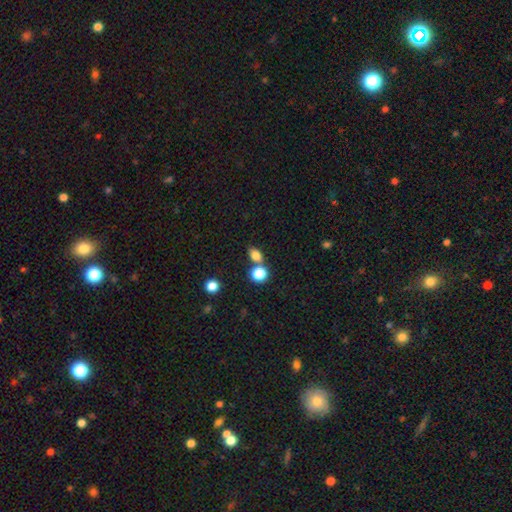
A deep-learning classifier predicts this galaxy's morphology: Q: Smooth or featured?
A: smooth (79%); runner-up: star or artifact (13%)
Q: How rounded?
A: in between (66%); runner-up: round (31%)
Q: Merging?
A: none (58%); runner-up: merger (28%)